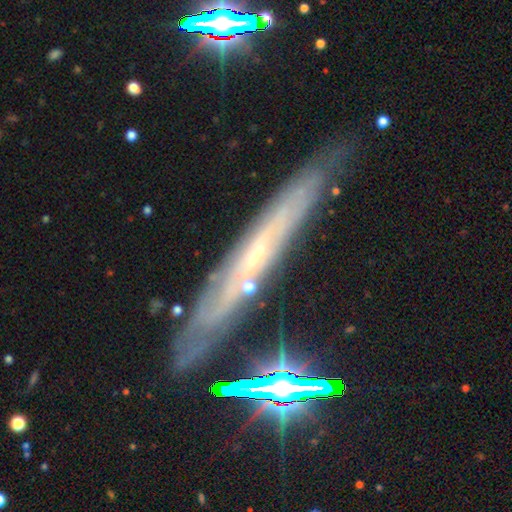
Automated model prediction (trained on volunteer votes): smooth-or-featured: featured or disk: 70% | smooth: 15% | star or artifact: 15%
  disk-edge-on: yes: 72% | no: 28%
  merging: none: 81% | minor disturbance: 14% | major disturbance: 3% | merger: 3%